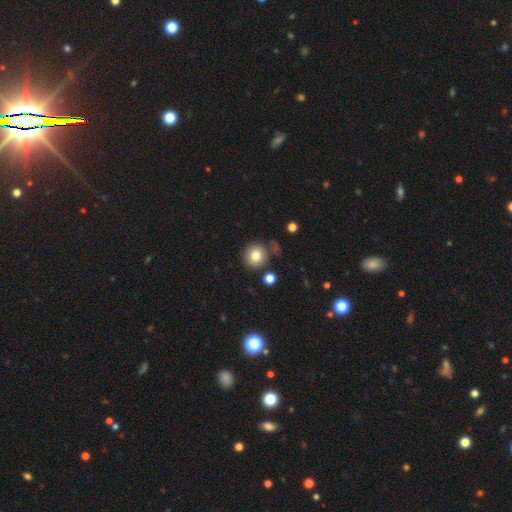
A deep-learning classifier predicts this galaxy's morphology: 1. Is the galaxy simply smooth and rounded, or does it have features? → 82% smooth, 10% star or artifact, 8% featured or disk.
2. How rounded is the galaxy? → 89% round, 10% in between, 1% cigar-shaped.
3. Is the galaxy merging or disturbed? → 78% none, 12% minor disturbance, 7% merger, 4% major disturbance.